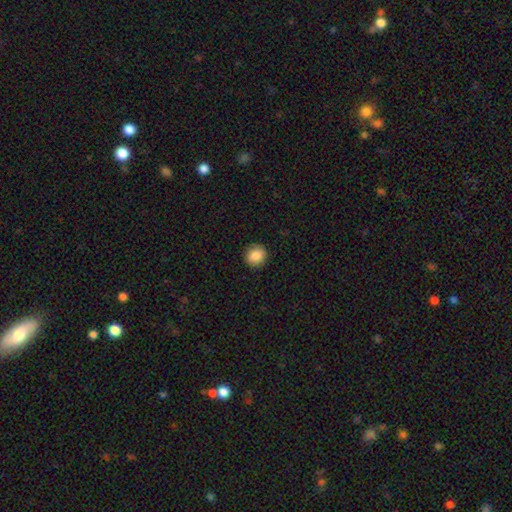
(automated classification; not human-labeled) Q: Smooth or featured?
A: smooth (86%); runner-up: star or artifact (9%)
Q: How rounded?
A: round (89%); runner-up: in between (10%)
Q: Merging?
A: none (89%); runner-up: minor disturbance (8%)